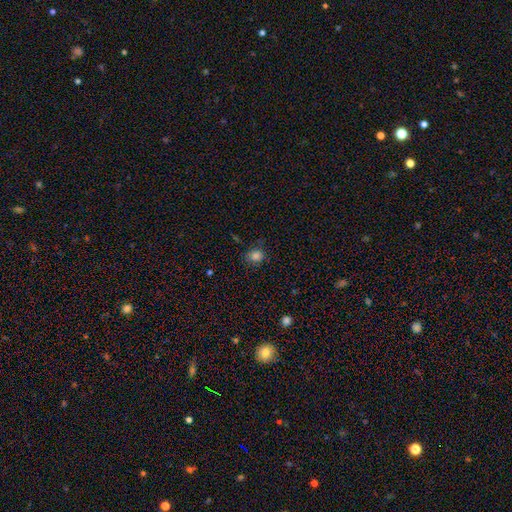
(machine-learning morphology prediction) Smooth or featured? Predicted: smooth (p=0.81). How rounded? Predicted: round (p=0.70). Merging? Predicted: none (p=0.76).